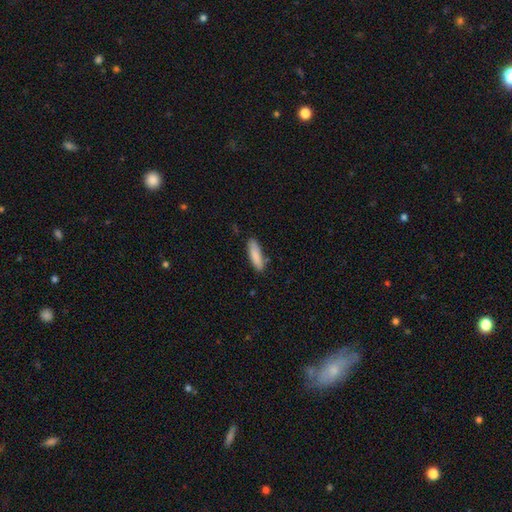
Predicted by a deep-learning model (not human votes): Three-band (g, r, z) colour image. It shows a smooth galaxy with no disk features (86%) that is cigar-shaped (61%). Merging: none (80%).